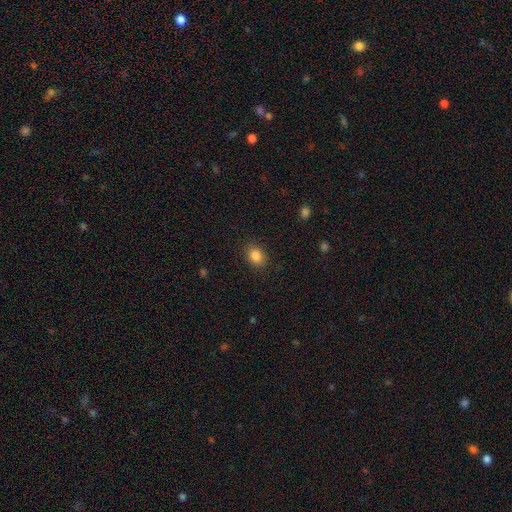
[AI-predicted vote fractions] smooth 86%, star or artifact 10%, featured or disk 5%. Down the decision tree: how rounded — in between (65%); merging — none (87%).